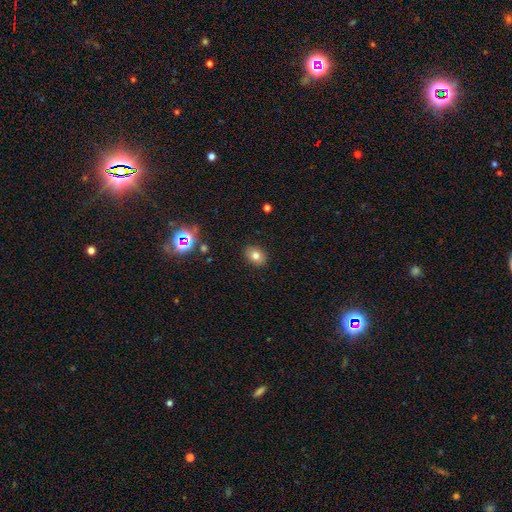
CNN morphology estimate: This appears to be a smooth galaxy with no disk features (77%) that is in between round and cigar-shaped (68%). Merging: none (88%).